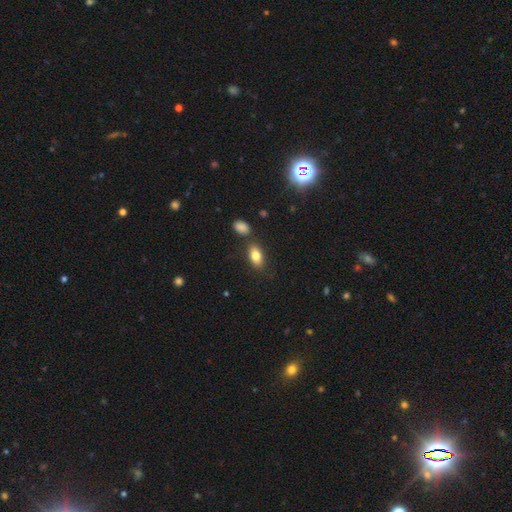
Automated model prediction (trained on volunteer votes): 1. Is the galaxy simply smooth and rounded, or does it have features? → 81% smooth, 11% featured or disk, 8% star or artifact.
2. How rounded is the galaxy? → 89% in between, 6% round, 5% cigar-shaped.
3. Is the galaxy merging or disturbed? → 76% none, 12% minor disturbance, 8% merger, 3% major disturbance.